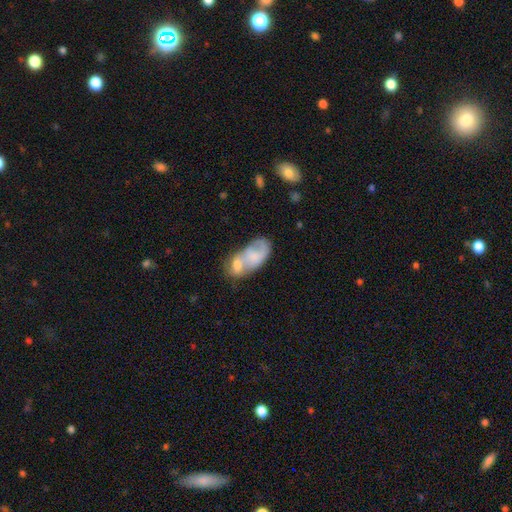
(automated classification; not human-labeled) A smooth galaxy with no disk features (58%) that is in between round and cigar-shaped (91%).

Vote fractions:
- Smooth or featured? smooth: 58% / featured or disk: 35% / star or artifact: 7%
- How rounded? in between: 91% / round: 6% / cigar-shaped: 3%
- Merging? merger: 62% / none: 15% / minor disturbance: 11% / major disturbance: 11%